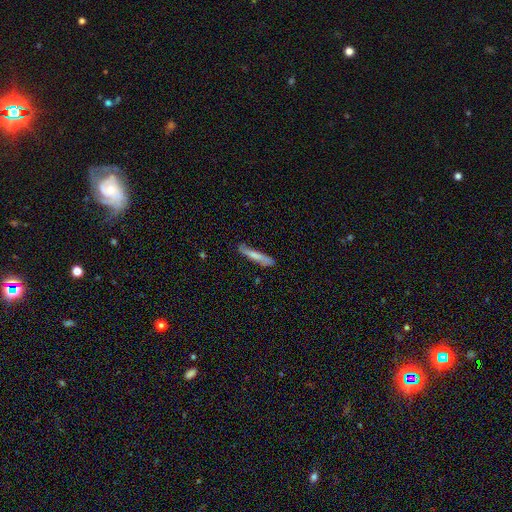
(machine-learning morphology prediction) A smooth galaxy with no disk features (71%) that is cigar-shaped (92%). Merging: none (78%).